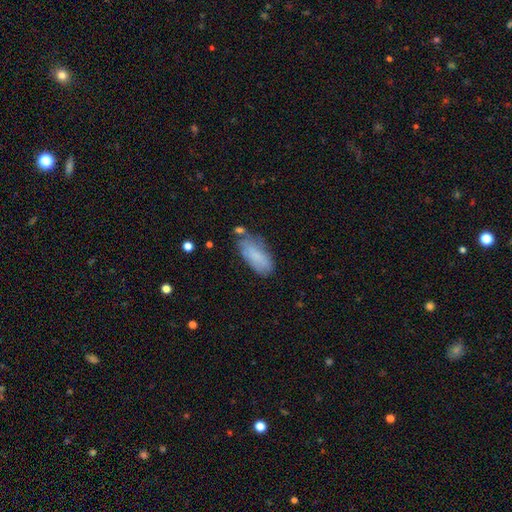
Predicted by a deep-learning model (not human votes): Smooth or featured: smooth — 80% (featured or disk — 13%)
How rounded: in between — 83% (cigar-shaped — 14%)
Merging: none — 59% (minor disturbance — 27%)